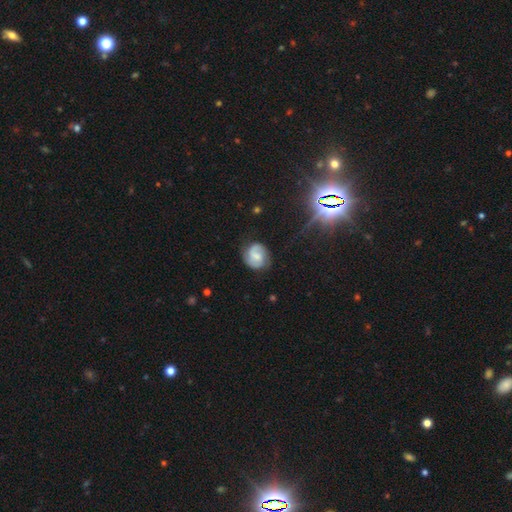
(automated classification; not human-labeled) Smooth or featured?
  - featured or disk: 52% *
  - smooth: 39%
  - star or artifact: 9%
Edge-on disk?
  - no: 97% *
  - yes: 3%
Bar?
  - weak: 44% * (tied)
  - no: 44% * (tied)
  - strong: 12%
Spiral arms?
  - yes: 88% *
  - no: 12%
Bulge size?
  - small: 40% *
  - moderate: 36%
  - none: 18%
  - large: 5%
  - dominant: 1%
Merging?
  - none: 73% *
  - minor disturbance: 19%
  - major disturbance: 6%
  - merger: 2%